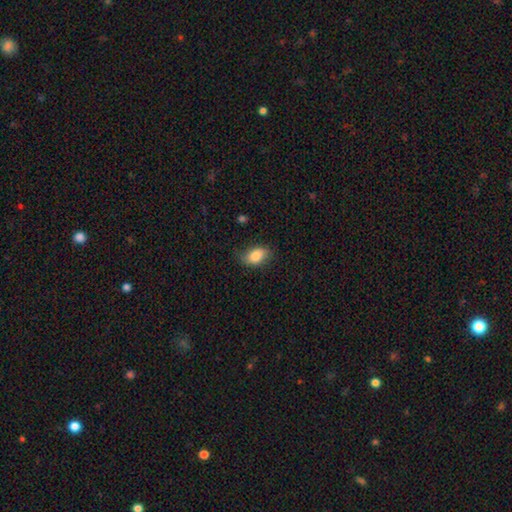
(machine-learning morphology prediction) smooth-or-featured: smooth: 83% | featured or disk: 10% | star or artifact: 7%
  how-rounded: in between: 88% | round: 10% | cigar-shaped: 3%
  merging: none: 75% | minor disturbance: 19% | major disturbance: 4% | merger: 1%